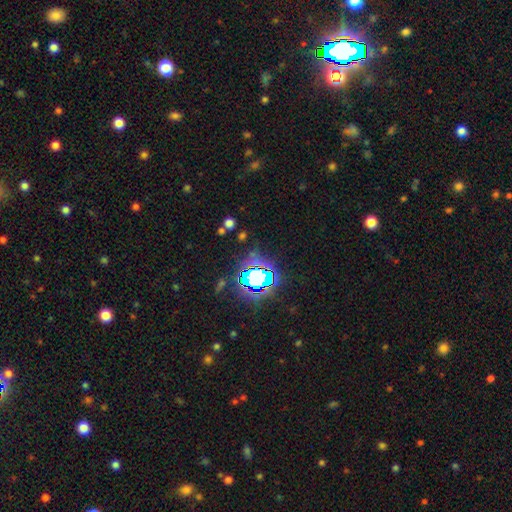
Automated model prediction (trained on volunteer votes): Morphology: type=star or artifact (79%).